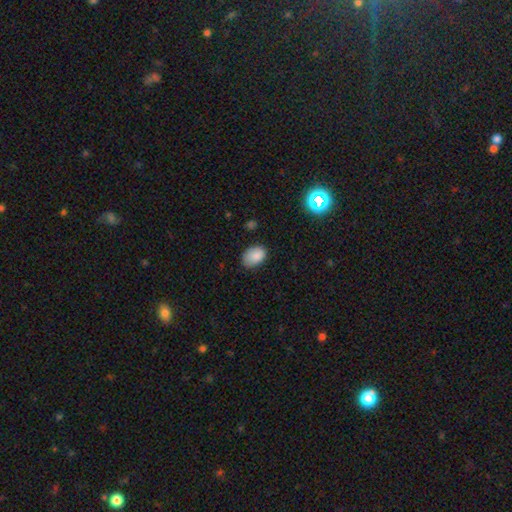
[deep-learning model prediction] Overall: smooth (86%). How rounded: in between (82%). Merging: none (71%).